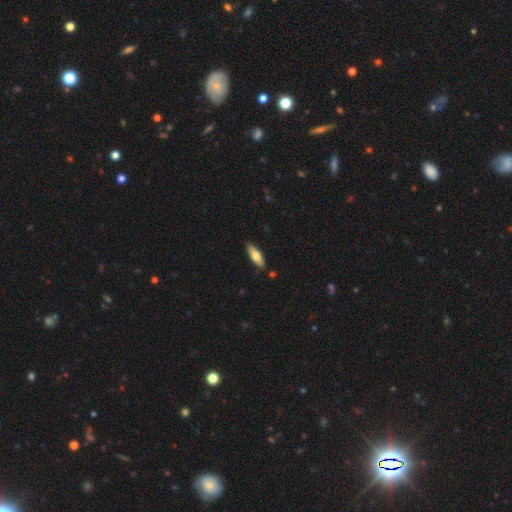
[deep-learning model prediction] smooth 66%, featured or disk 28%, star or artifact 6%. Down the decision tree: how rounded — in between (56%); merging — none (86%).